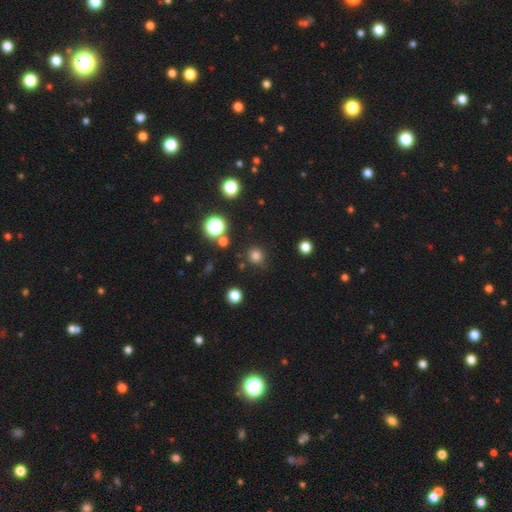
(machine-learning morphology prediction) smooth_or_featured: smooth (p=0.77) [alt: star or artifact p=0.19]
how_rounded: round (p=0.91) [alt: in between p=0.08]
merging: none (p=0.85) [alt: minor disturbance p=0.09]